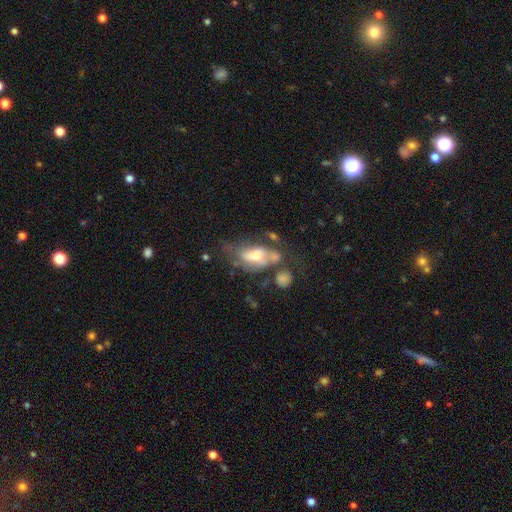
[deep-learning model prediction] Q: Smooth or featured?
A: featured or disk (49%); runner-up: smooth (41%)
Q: Merging?
A: merger (30%); runner-up: major disturbance (27%)